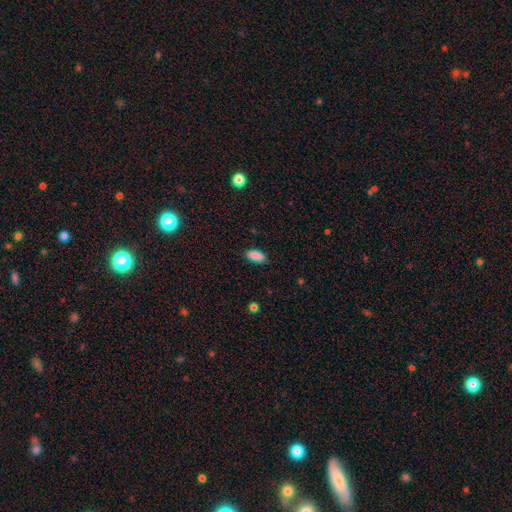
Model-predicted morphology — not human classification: A smooth galaxy with no disk features (89%) that is in between round and cigar-shaped (88%). Merging: none (86%).